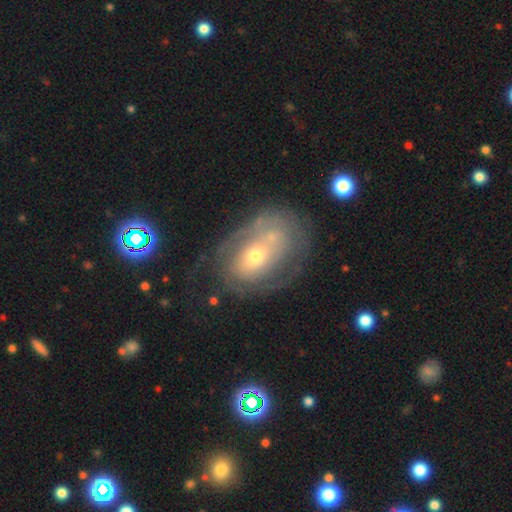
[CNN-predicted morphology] smooth_or_featured: featured or disk (p=0.68) [alt: smooth p=0.23]
disk_edge_on: no (p=0.94) [alt: yes p=0.06]
bar: no (p=0.73) [alt: weak p=0.20]
has_spiral_arms: yes (p=0.63) [alt: no p=0.37]
bulge_size: small (p=0.55) [alt: moderate p=0.40]
merging: none (p=0.49) [alt: minor disturbance p=0.21]